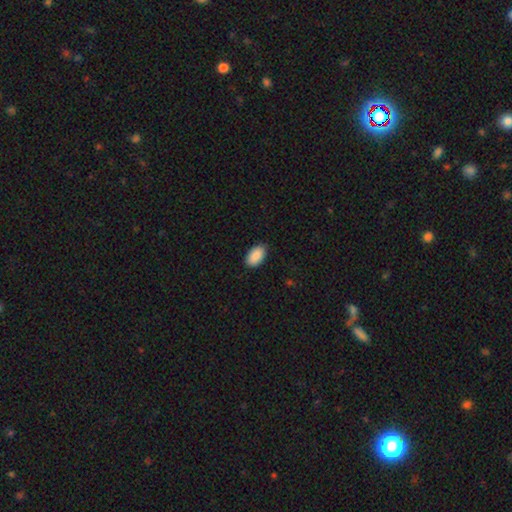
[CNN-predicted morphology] Overall: smooth (91%). How rounded: in between (94%). Merging: none (85%).